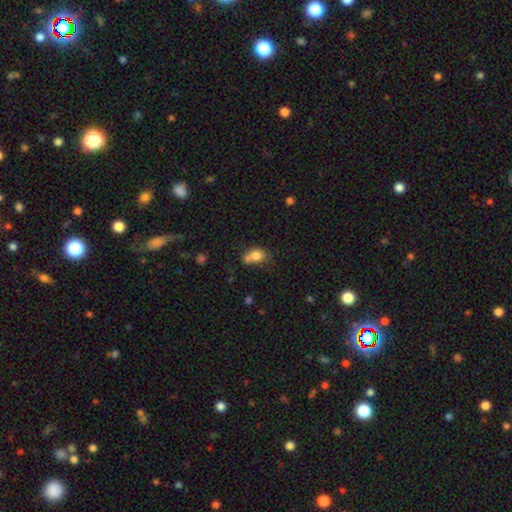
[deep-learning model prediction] smooth-or-featured: smooth: 76% | featured or disk: 14% | star or artifact: 11%
  how-rounded: in between: 55% | round: 43% | cigar-shaped: 2%
  merging: merger: 46% | none: 30% | minor disturbance: 16% | major disturbance: 8%